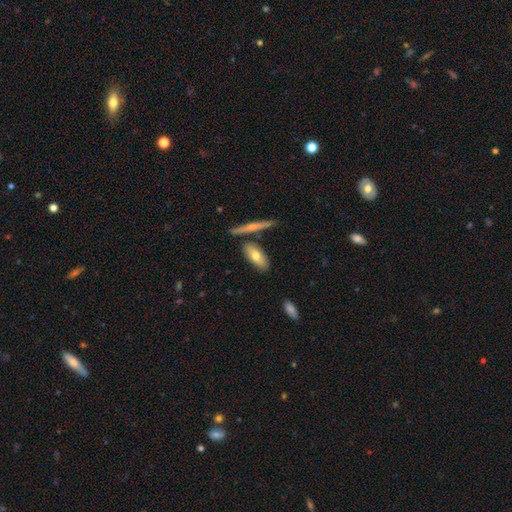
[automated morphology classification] smooth 68%, featured or disk 27%, star or artifact 6%. Down the decision tree: how rounded — in between (76%); merging — none (72%).